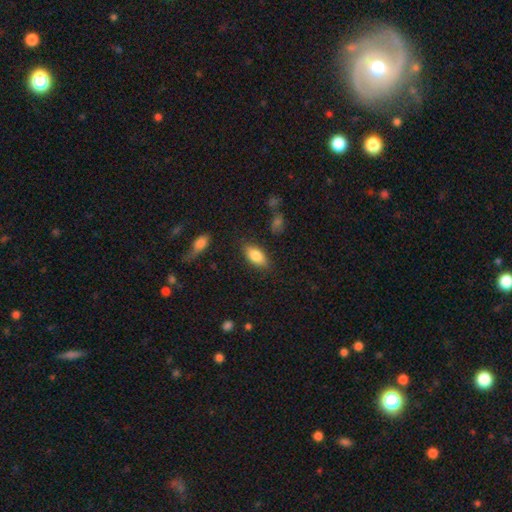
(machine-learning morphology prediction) Smooth or featured? smooth (82%)
How rounded? in between (88%)
Merging? none (83%)